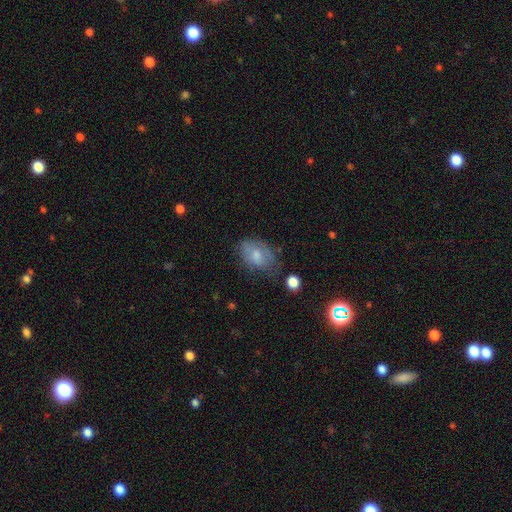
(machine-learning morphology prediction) smooth 59%, featured or disk 31%, star or artifact 10%. Down the decision tree: how rounded — in between (82%); merging — none (55%).